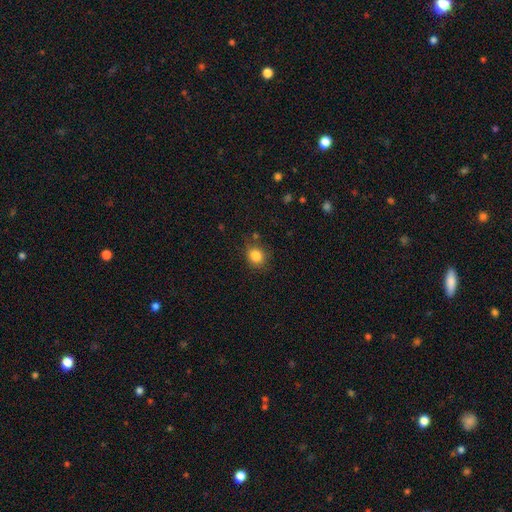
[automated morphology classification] This is clearly a smooth galaxy (85%). How rounded: likely round (74%). Merging: likely none (79%).